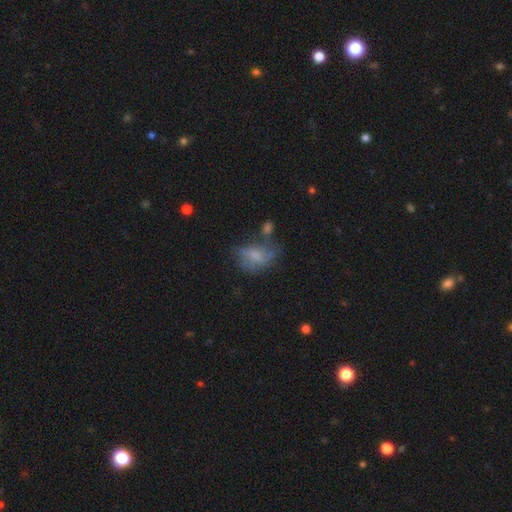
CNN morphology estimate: This is possibly a smooth galaxy (52%). How rounded: likely in between (75%). Merging: marginally none (35%).